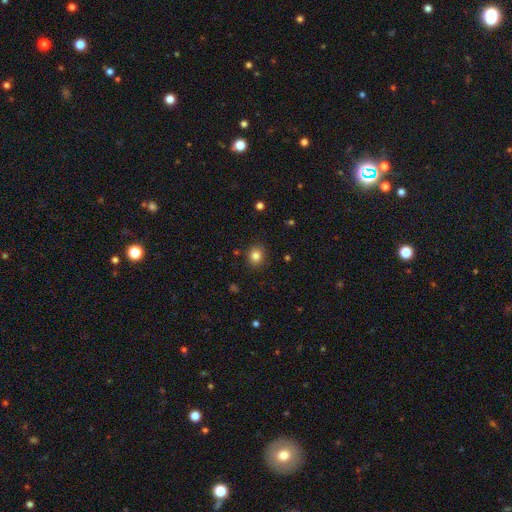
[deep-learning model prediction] Smooth or featured? smooth (83%)
How rounded? round (78%)
Merging? none (87%)